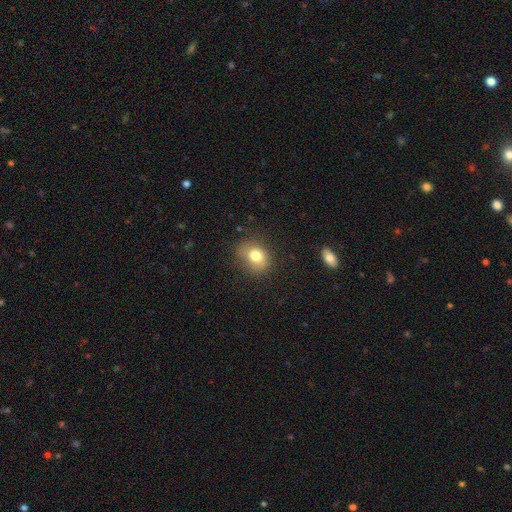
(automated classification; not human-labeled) This appears to be a smooth galaxy with no disk features (78%) that is round (50%). Merging: none (71%).